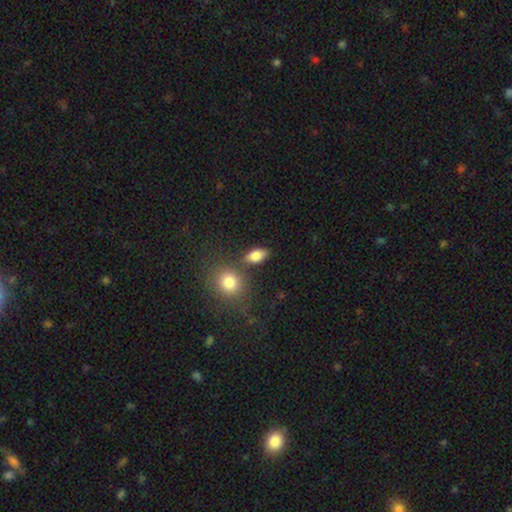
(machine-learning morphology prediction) smooth_or_featured: smooth (p=0.83) [alt: star or artifact p=0.09]
how_rounded: in between (p=0.85) [alt: round p=0.11]
merging: none (p=0.73) [alt: minor disturbance p=0.12]